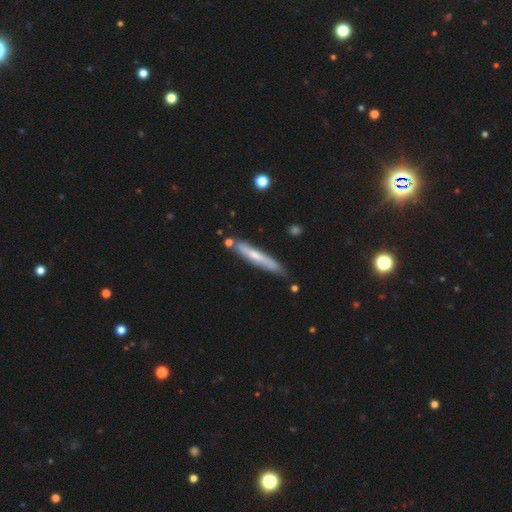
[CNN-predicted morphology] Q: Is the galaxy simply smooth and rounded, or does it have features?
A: featured or disk — 49%.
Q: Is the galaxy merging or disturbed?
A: none — 74%.